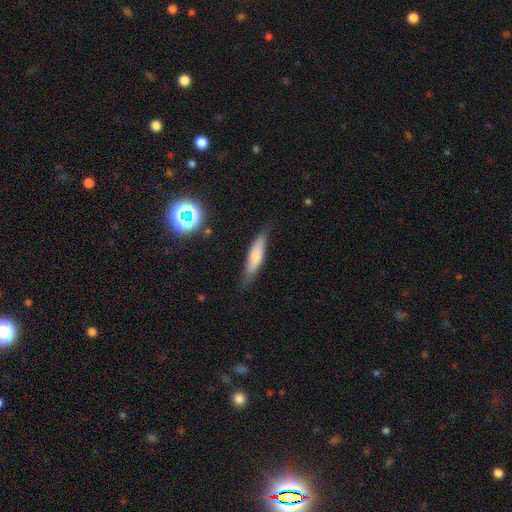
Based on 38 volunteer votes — Overall: smooth (66%; featured or disk 26%). How rounded: cigar-shaped (84%). Merging: none (66%; minor disturbance 29%).